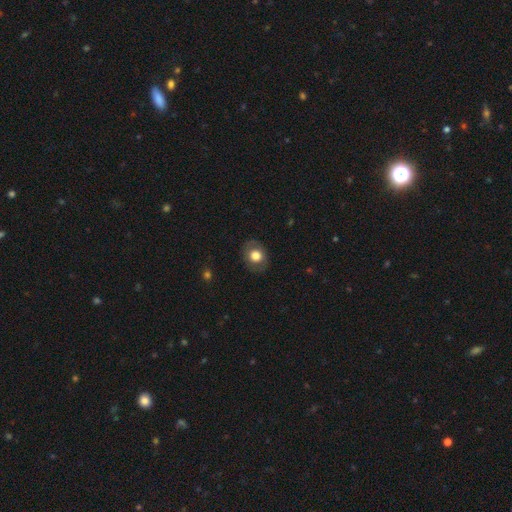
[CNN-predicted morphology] The model was most divided on "how rounded": round: 54%, in between: 45%, cigar-shaped: 1%. More confident: merging — none (84%); smooth or featured — smooth (72%).